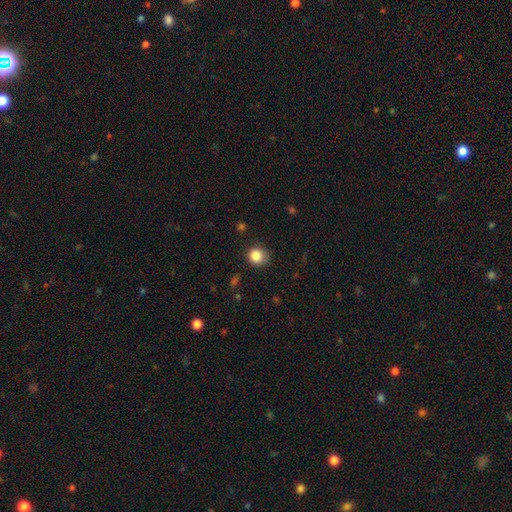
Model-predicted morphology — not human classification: Smooth or featured: smooth — 85% (star or artifact — 10%)
How rounded: round — 84% (in between — 15%)
Merging: none — 72% (minor disturbance — 21%)